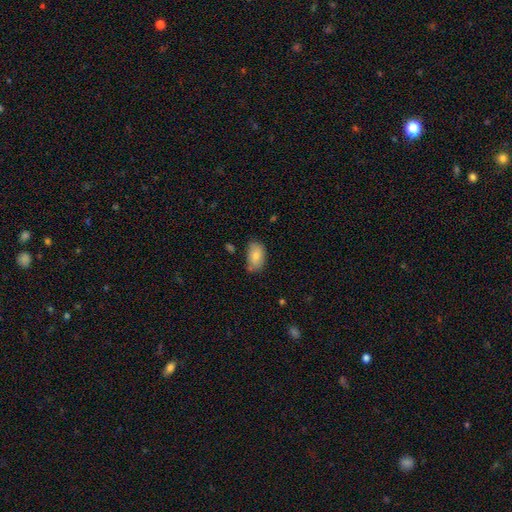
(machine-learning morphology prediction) Q: Smooth or featured?
A: smooth (84%); runner-up: featured or disk (9%)
Q: How rounded?
A: in between (91%); runner-up: round (7%)
Q: Merging?
A: none (70%); runner-up: minor disturbance (22%)